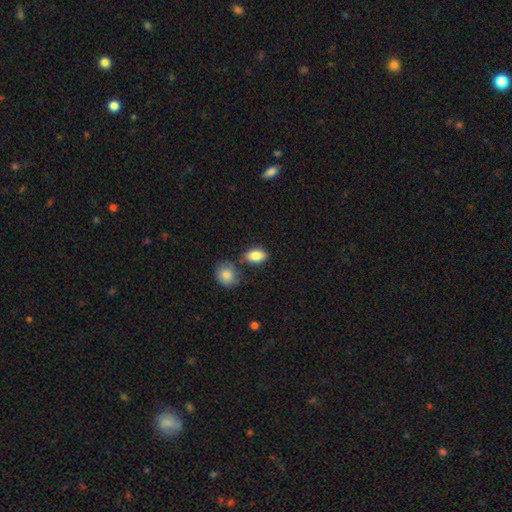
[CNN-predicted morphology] Smooth or featured? Predicted: smooth (p=0.85). How rounded? Predicted: in between (p=0.87). Merging? Predicted: none (p=0.70).